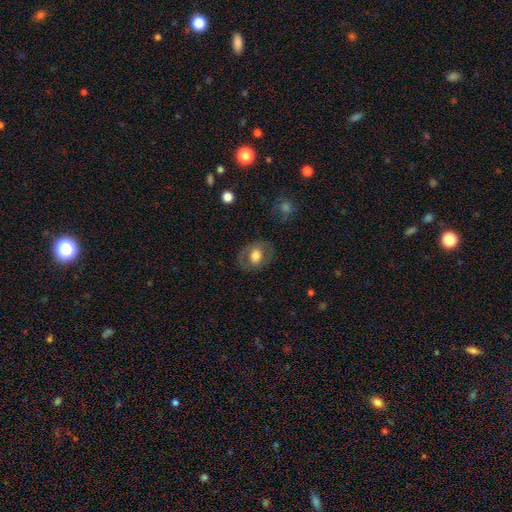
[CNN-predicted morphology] smooth_or_featured: smooth (p=0.60) [alt: featured or disk p=0.32]
how_rounded: in between (p=0.58) [alt: round p=0.41]
merging: none (p=0.77) [alt: minor disturbance p=0.14]